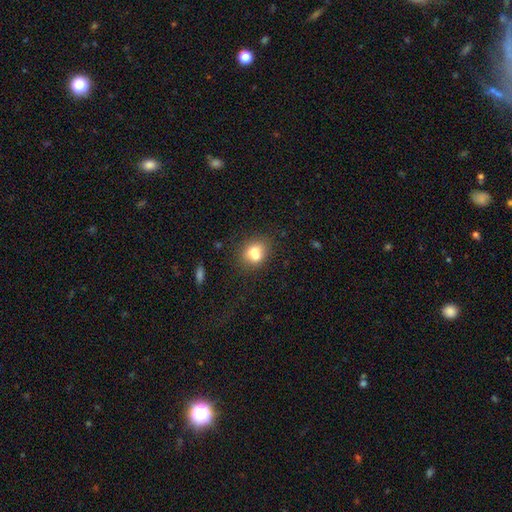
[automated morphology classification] type=smooth (69%); roundness=round (60%); merging=none (43%).